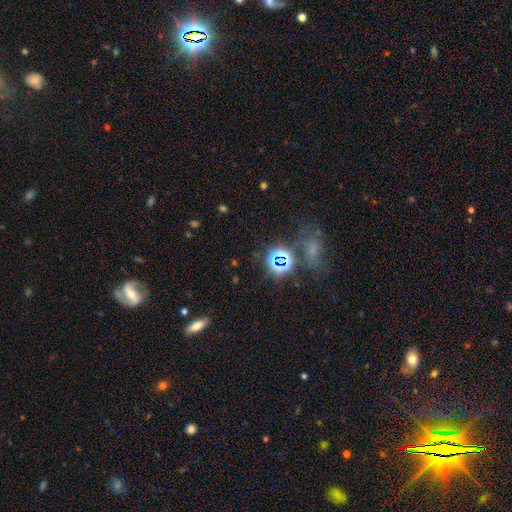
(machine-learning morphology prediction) Q: Smooth or featured?
A: star or artifact (67%); runner-up: smooth (22%)